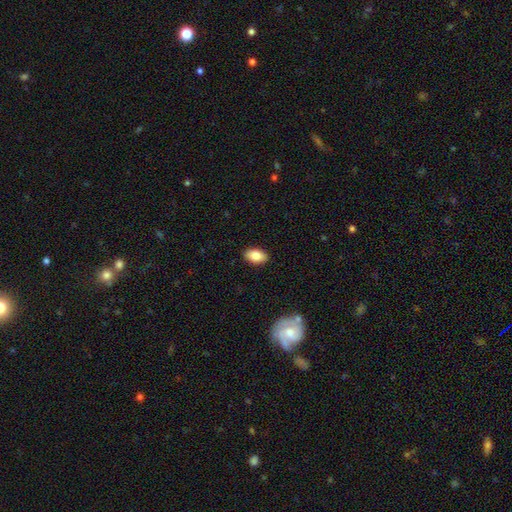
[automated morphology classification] Smooth or featured? smooth (84%)
How rounded? in between (93%)
Merging? none (90%)